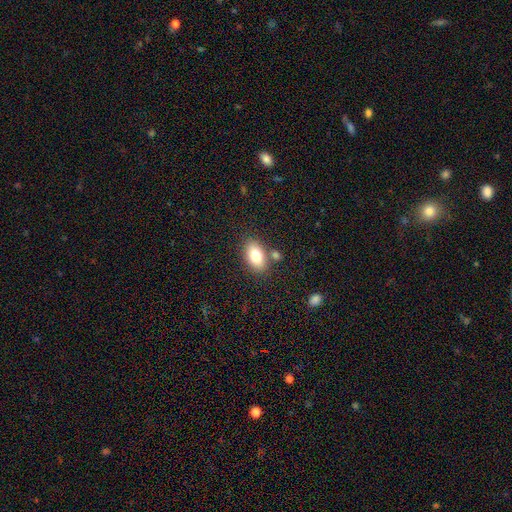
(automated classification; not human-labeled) Q: Smooth or featured?
A: smooth (80%); runner-up: featured or disk (12%)
Q: How rounded?
A: in between (89%); runner-up: round (9%)
Q: Merging?
A: none (75%); runner-up: minor disturbance (12%)